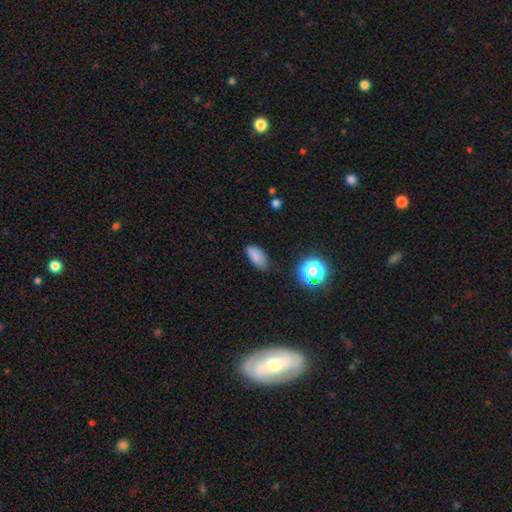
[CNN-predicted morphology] smooth-or-featured: smooth: 80% | star or artifact: 13% | featured or disk: 7%
  how-rounded: in between: 85% | cigar-shaped: 9% | round: 6%
  merging: none: 66% | minor disturbance: 26% | major disturbance: 6% | merger: 2%